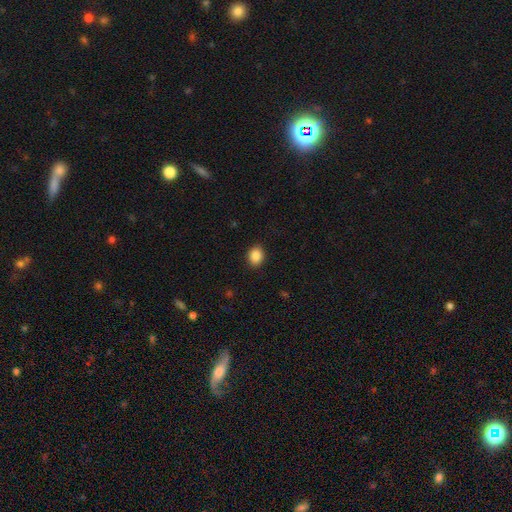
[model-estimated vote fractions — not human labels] Morphology: type=smooth (88%); roundness=round (50%); merging=none (90%).